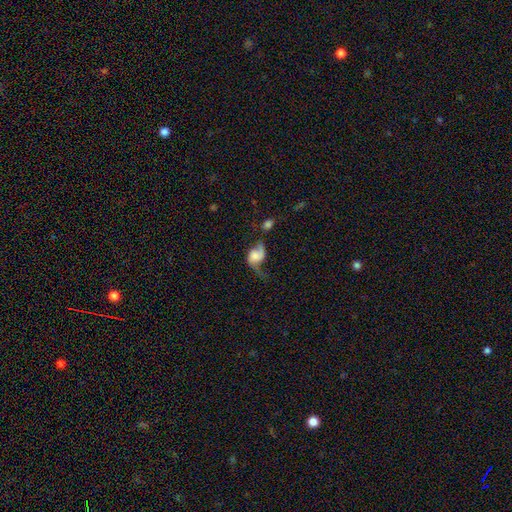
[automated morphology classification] type=featured or disk (57%); edge-on=no (97%); bar=no (69%); spiral arms=yes (83%); bulge=moderate (25%); merging=major disturbance (38%).